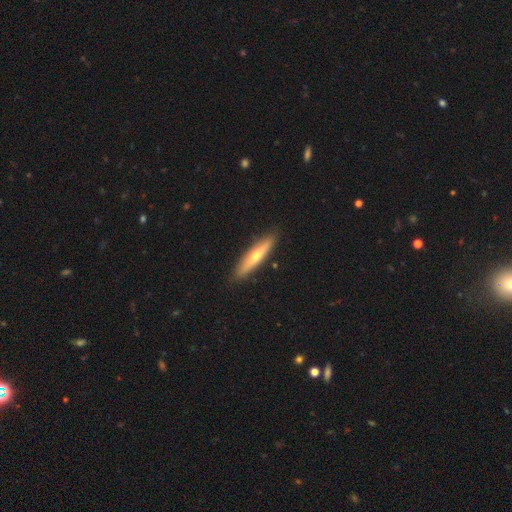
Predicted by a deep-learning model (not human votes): Morphology: type=featured or disk (49%); merging=none (90%).